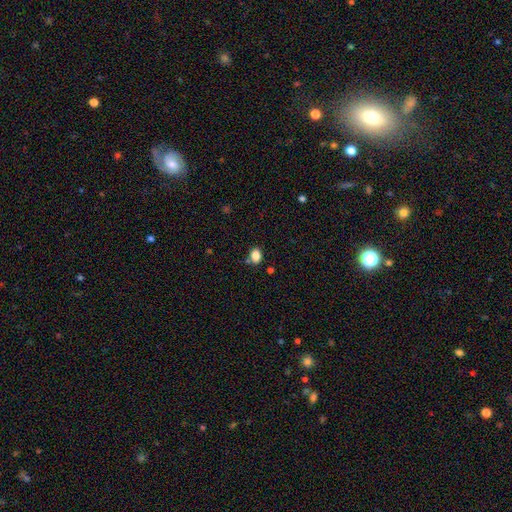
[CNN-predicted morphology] smooth 85%, star or artifact 10%, featured or disk 5%. Down the decision tree: how rounded — in between (71%); merging — none (74%).